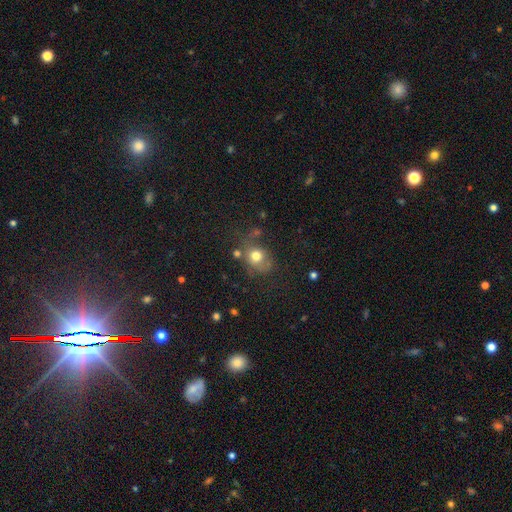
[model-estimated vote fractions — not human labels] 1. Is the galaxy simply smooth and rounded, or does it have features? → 73% smooth, 14% featured or disk, 13% star or artifact.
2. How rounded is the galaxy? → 69% round, 30% in between, 1% cigar-shaped.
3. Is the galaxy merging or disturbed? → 49% none, 24% minor disturbance, 17% major disturbance, 10% merger.